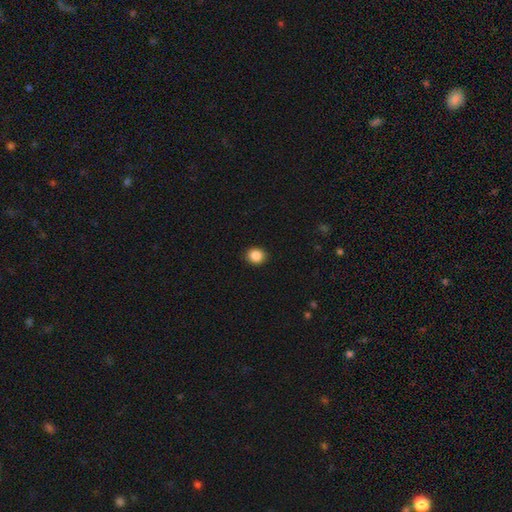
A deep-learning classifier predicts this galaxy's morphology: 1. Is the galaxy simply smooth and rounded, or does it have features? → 87% smooth, 9% star or artifact, 3% featured or disk.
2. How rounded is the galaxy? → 77% round, 22% in between, 1% cigar-shaped.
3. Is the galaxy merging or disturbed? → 92% none, 6% minor disturbance, 2% major disturbance, 1% merger.